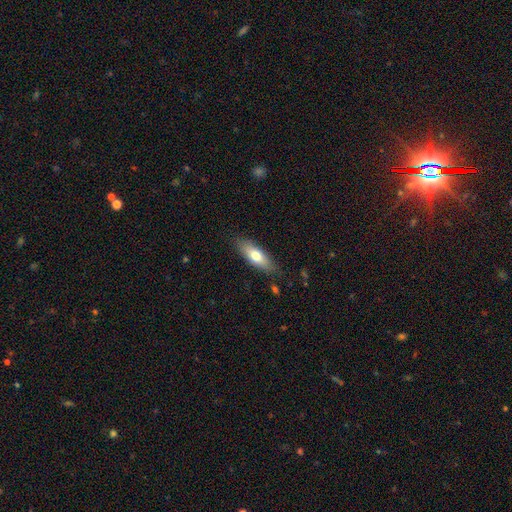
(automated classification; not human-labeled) Smooth or featured?
  - smooth: 69% *
  - featured or disk: 25%
  - star or artifact: 6%
How rounded?
  - in between: 61% *
  - cigar-shaped: 37%
  - round: 3%
Merging?
  - none: 84% *
  - minor disturbance: 12%
  - major disturbance: 3%
  - merger: 1%